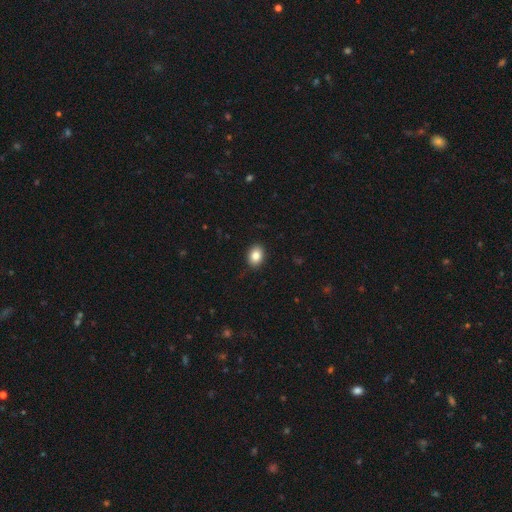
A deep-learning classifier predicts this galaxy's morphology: This is clearly a smooth galaxy (85%). How rounded: likely in between (68%). Merging: clearly none (88%).